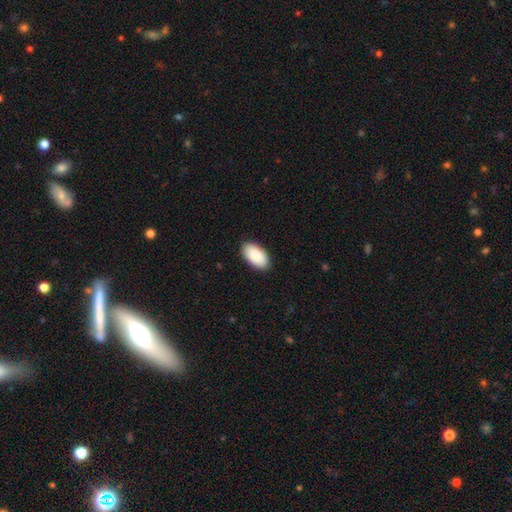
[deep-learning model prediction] smooth_or_featured: smooth (p=0.87) [alt: featured or disk p=0.08]
how_rounded: in between (p=0.96) [alt: round p=0.02]
merging: none (p=0.89) [alt: minor disturbance p=0.08]